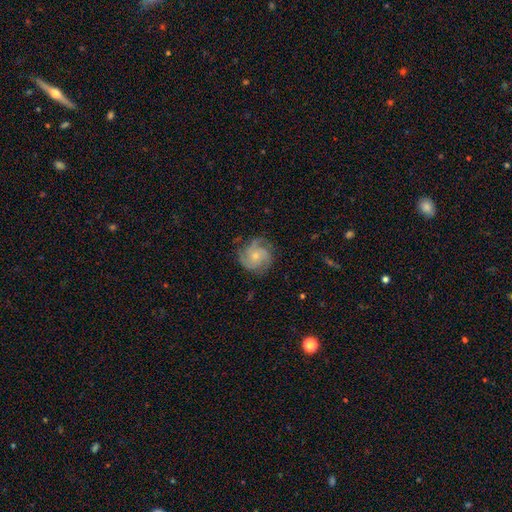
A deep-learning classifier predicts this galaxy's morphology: Smooth or featured?
  - featured or disk: 78% *
  - smooth: 15%
  - star or artifact: 7%
Edge-on disk?
  - no: 98% *
  - yes: 2%
Bar?
  - no: 78% *
  - weak: 19%
  - strong: 3%
Spiral arms?
  - yes: 96% *
  - no: 4%
Spiral winding?
  - medium: 45% *
  - tight: 43%
  - loose: 12%
Spiral arm count?
  - 3: 56% *
  - 4: 17%
  - can't tell: 10%
  - 2: 9%
  - more than 4: 4%
  - 1: 4%
Bulge size?
  - small: 58% *
  - moderate: 37%
  - none: 3%
  - large: 2%
  - dominant: 1%
Merging?
  - none: 76% *
  - minor disturbance: 17%
  - major disturbance: 6%
  - merger: 1%